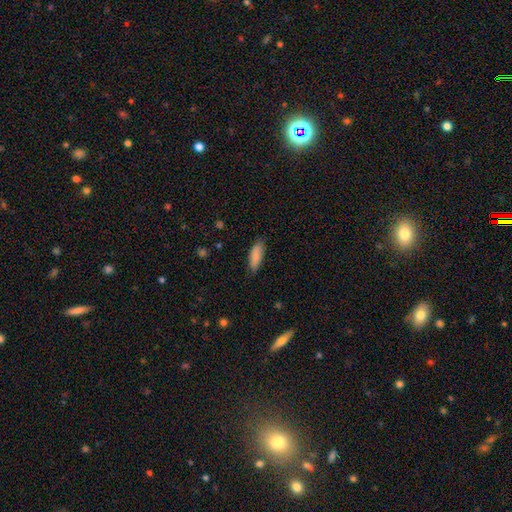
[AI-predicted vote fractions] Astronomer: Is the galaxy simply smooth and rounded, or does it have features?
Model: smooth — 88%.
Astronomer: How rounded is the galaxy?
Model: in between — 63%.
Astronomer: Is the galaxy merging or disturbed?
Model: none — 82%.